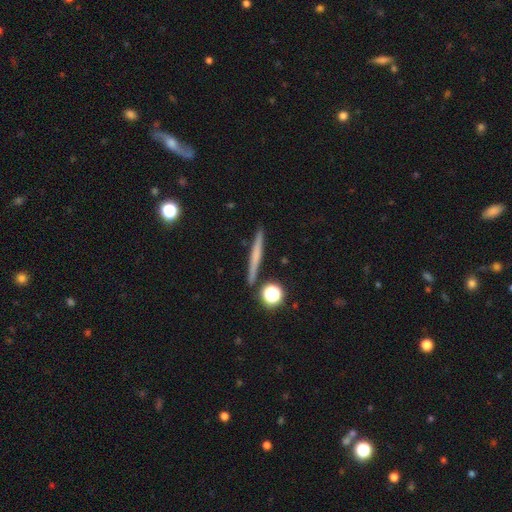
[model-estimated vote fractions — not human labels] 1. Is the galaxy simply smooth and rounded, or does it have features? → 47% featured or disk, 45% smooth, 8% star or artifact.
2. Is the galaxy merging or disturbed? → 89% none, 7% minor disturbance, 3% merger, 2% major disturbance.